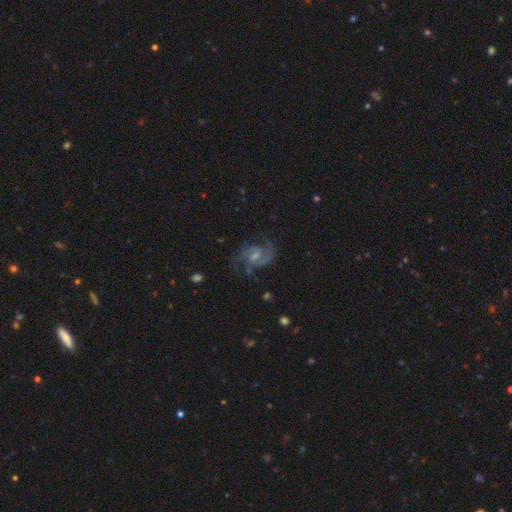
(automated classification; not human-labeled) Smooth or featured? featured or disk (87%)
Edge-on disk? no (98%)
Bar? weak (51%)
Spiral arms? yes (97%)
Spiral winding? medium (58%)
Spiral arm count? 2 (83%)
Bulge size? small (45%)
Merging? none (69%)